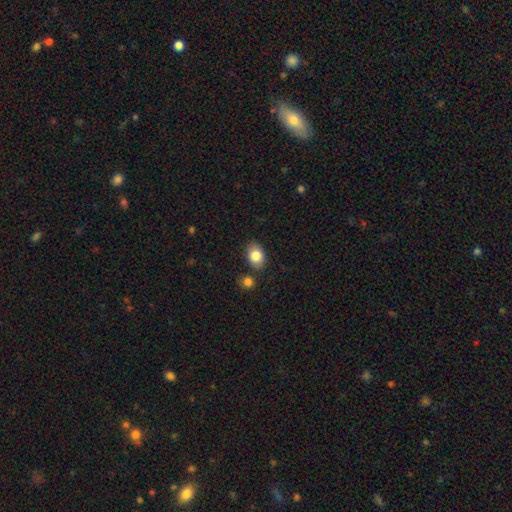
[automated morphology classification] Smooth or featured: smooth — 83% (featured or disk — 9%)
How rounded: in between — 77% (round — 22%)
Merging: none — 80% (minor disturbance — 11%)